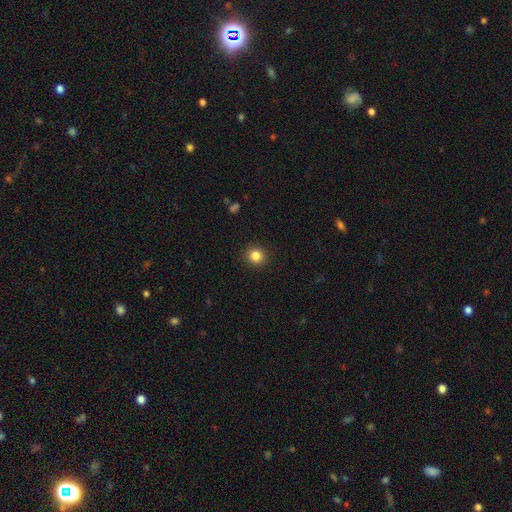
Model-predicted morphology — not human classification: smooth-or-featured: smooth: 84% | star or artifact: 11% | featured or disk: 5%
  how-rounded: round: 90% | in between: 9% | cigar-shaped: 1%
  merging: none: 92% | minor disturbance: 5% | major disturbance: 2% | merger: 1%